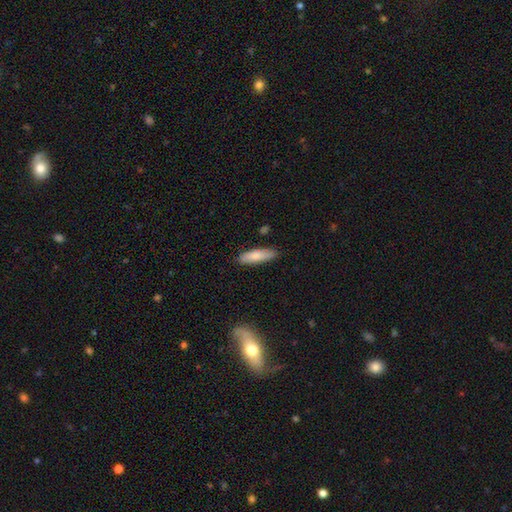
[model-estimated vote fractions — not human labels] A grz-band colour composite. It shows a smooth galaxy with no disk features (81%) that is cigar-shaped (56%). Merging: none (85%).